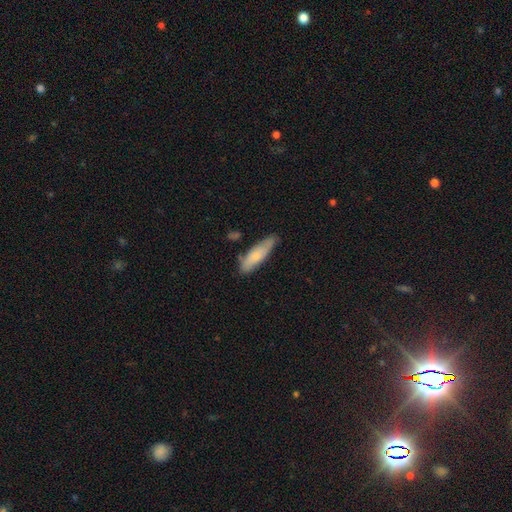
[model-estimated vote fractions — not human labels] Q: Smooth or featured?
A: smooth (69%); runner-up: featured or disk (26%)
Q: How rounded?
A: cigar-shaped (60%); runner-up: in between (39%)
Q: Merging?
A: none (71%); runner-up: minor disturbance (22%)